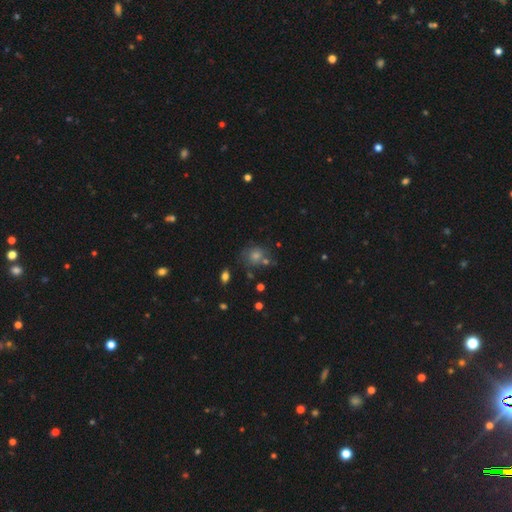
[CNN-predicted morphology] smooth-or-featured: smooth: 52% | star or artifact: 28% | featured or disk: 19%
  how-rounded: round: 79% | in between: 20% | cigar-shaped: 1%
  merging: none: 65% | minor disturbance: 16% | merger: 11% | major disturbance: 8%